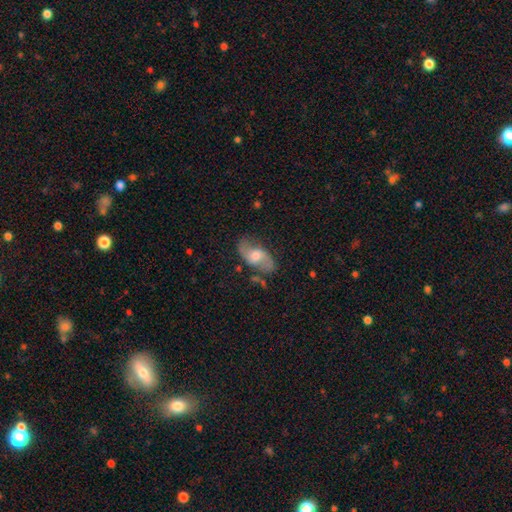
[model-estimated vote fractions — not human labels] featured or disk 69%, smooth 24%, star or artifact 7%. Down the decision tree: edge-on disk — no (94%); bar — no (51%); spiral arms — yes (88%); spiral arm count — 2 (89%); spiral winding — loose (55%); bulge size — moderate (62%); merging — none (71%).